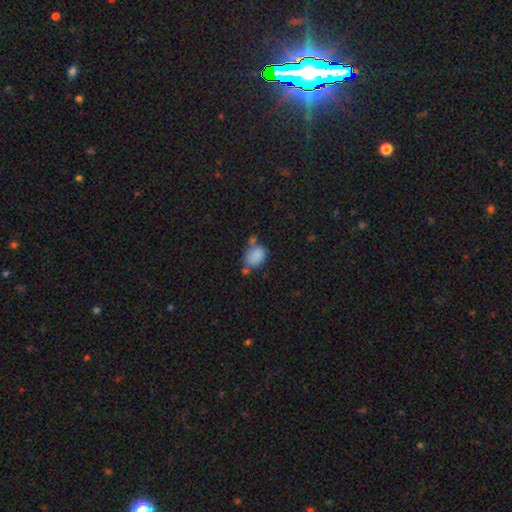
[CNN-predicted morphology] A smooth galaxy with no disk features (84%) that is in between round and cigar-shaped (73%). Merging: none (48%).